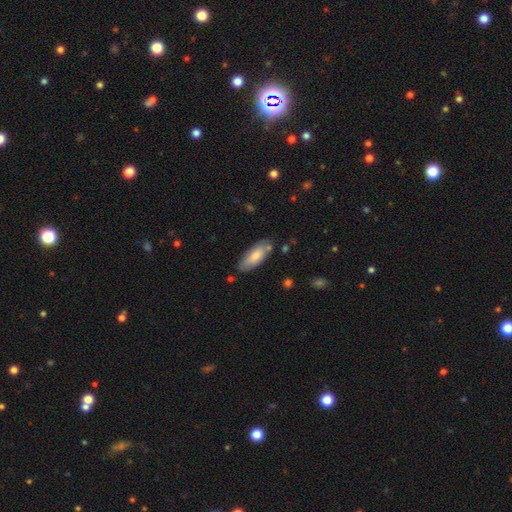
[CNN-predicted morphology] Smooth or featured: smooth — 78% (featured or disk — 16%)
How rounded: in between — 76% (cigar-shaped — 22%)
Merging: none — 77% (minor disturbance — 16%)